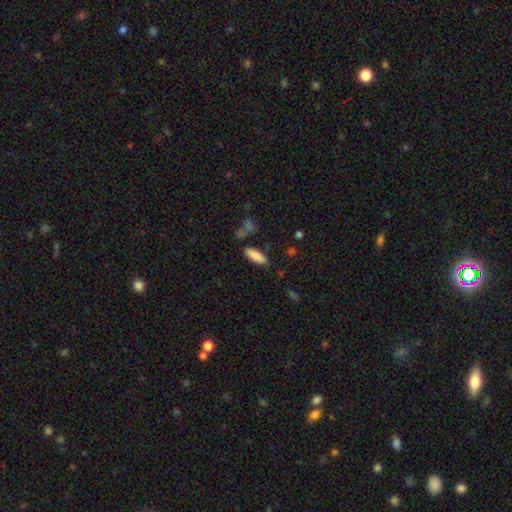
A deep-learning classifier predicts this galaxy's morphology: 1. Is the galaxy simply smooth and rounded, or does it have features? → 86% smooth, 7% star or artifact, 6% featured or disk.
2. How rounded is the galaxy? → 65% in between, 33% cigar-shaped, 2% round.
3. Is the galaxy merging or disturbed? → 80% none, 12% minor disturbance, 5% merger, 3% major disturbance.